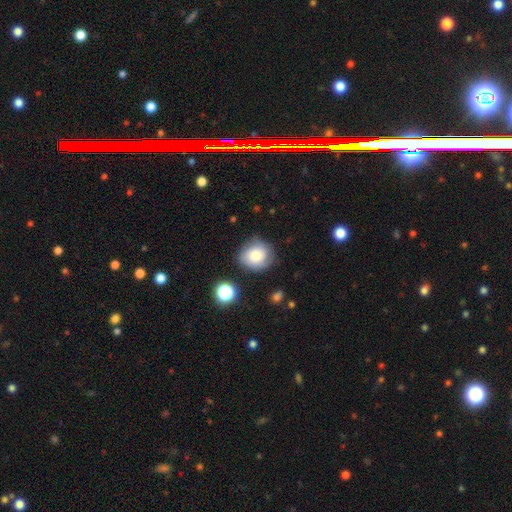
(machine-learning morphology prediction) smooth 74%, featured or disk 16%, star or artifact 10%. Down the decision tree: how rounded — round (78%); merging — none (74%).